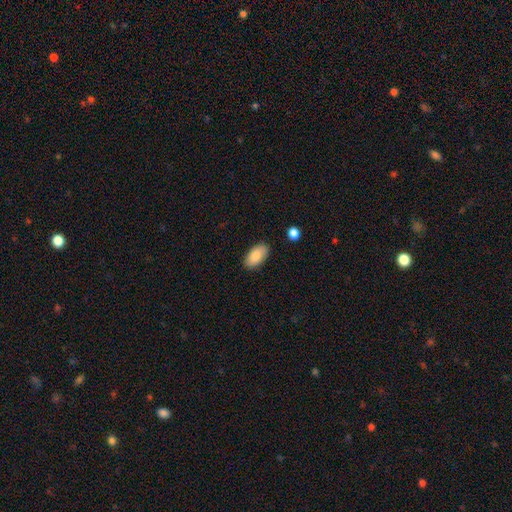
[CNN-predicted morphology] Smooth or featured? Predicted: smooth (p=0.86). How rounded? Predicted: in between (p=0.95). Merging? Predicted: none (p=0.85).